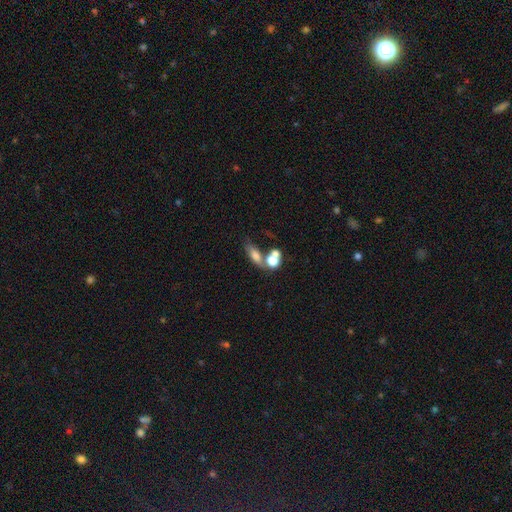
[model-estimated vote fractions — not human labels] A smooth galaxy with no disk features (68%) that is in between round and cigar-shaped (63%). Merging: merger (45%).